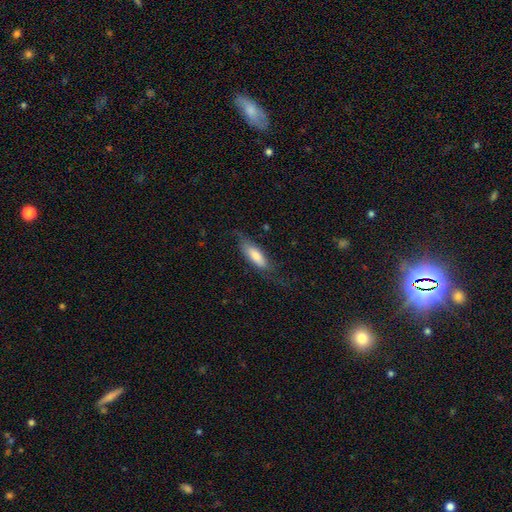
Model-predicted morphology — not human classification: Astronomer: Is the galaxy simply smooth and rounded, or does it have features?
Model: smooth — 63%.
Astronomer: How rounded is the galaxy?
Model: in between — 53% (runner-up: cigar-shaped, 45%).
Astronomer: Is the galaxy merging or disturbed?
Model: none — 60%.